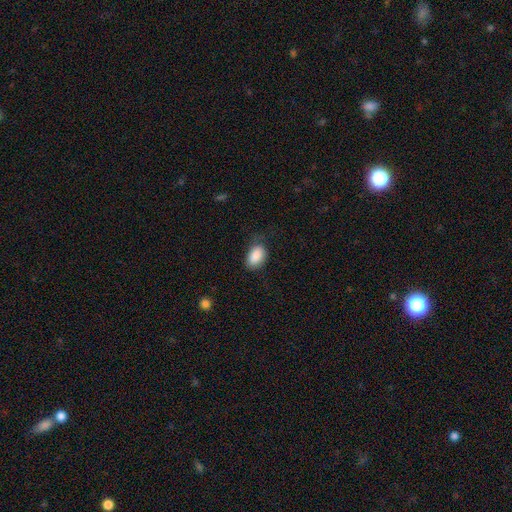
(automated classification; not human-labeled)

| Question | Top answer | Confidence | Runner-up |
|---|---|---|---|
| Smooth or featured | smooth | 87% | star or artifact (7%) |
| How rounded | in between | 91% | round (7%) |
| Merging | none | 66% | minor disturbance (24%) |